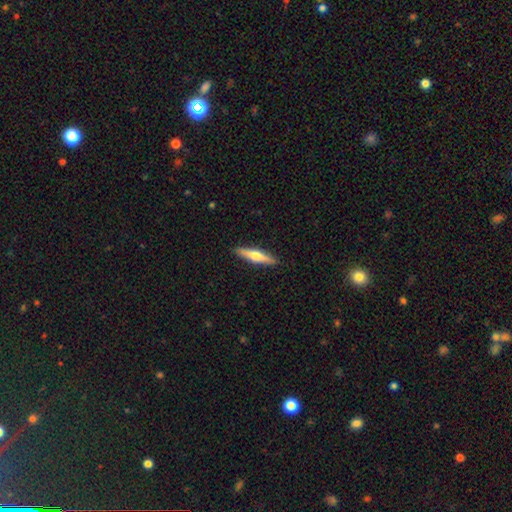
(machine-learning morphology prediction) A featured or disk galaxy (54%) viewed edge-on (96%) with a rounded central bulge (91%). Merging: none (91%).